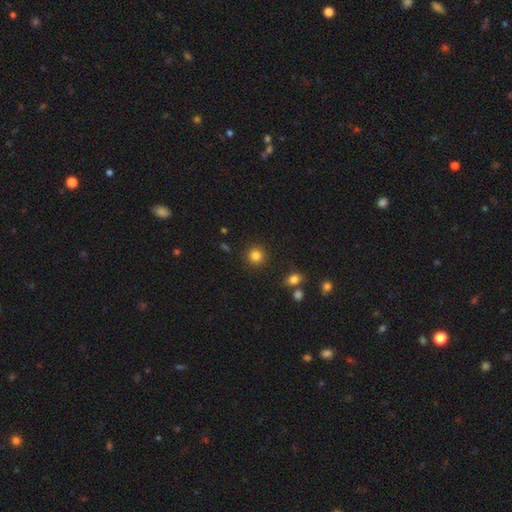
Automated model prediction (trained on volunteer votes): Smooth or featured?
  - smooth: 83% *
  - star or artifact: 12%
  - featured or disk: 5%
How rounded?
  - round: 93% *
  - in between: 6%
  - cigar-shaped: 1%
Merging?
  - none: 90% *
  - minor disturbance: 6%
  - major disturbance: 2%
  - merger: 2%